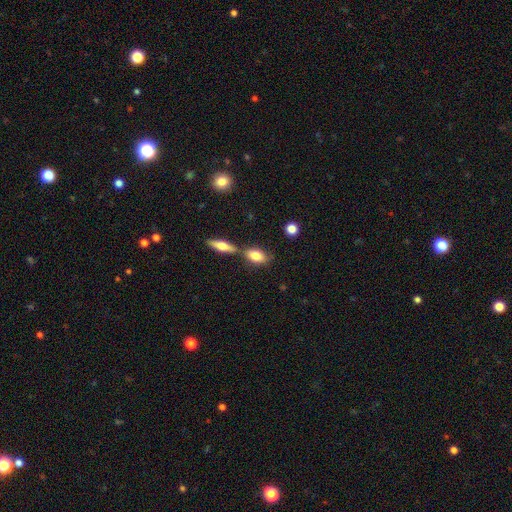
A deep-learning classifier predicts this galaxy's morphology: This appears to be a smooth galaxy with no disk features (77%) that is in between round and cigar-shaped (85%). Merging: none (58%).